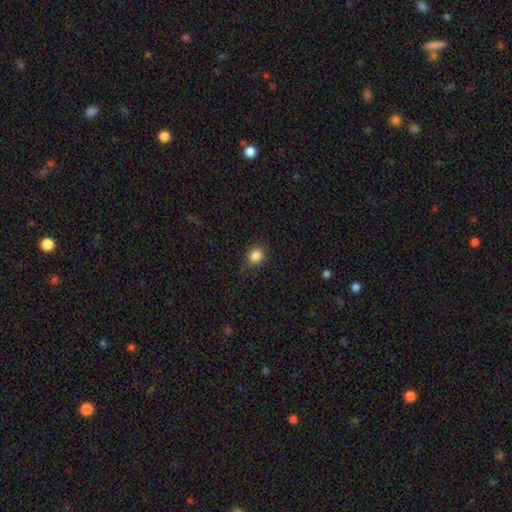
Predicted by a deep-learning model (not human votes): smooth_or_featured: smooth (p=0.85) [alt: star or artifact p=0.10]
how_rounded: round (p=0.76) [alt: in between p=0.23]
merging: none (p=0.81) [alt: minor disturbance p=0.14]